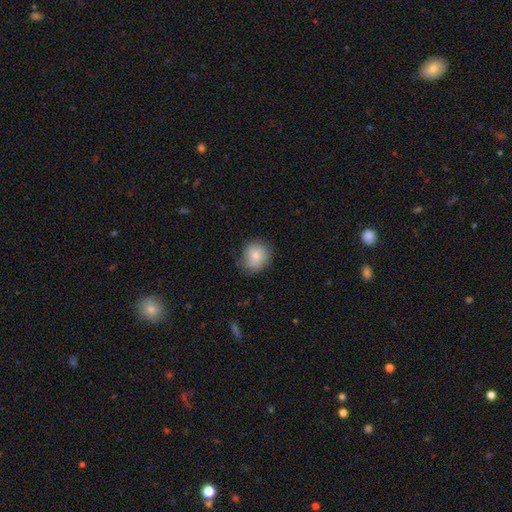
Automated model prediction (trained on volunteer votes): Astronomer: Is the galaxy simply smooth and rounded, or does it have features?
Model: smooth — 81%.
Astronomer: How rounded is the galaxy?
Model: round — 78%.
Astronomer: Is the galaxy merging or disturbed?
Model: none — 75%.